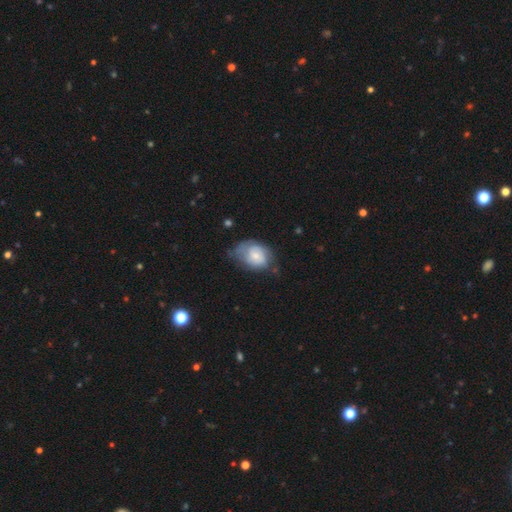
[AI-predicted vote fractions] Overall: smooth (47%; featured or disk 46%). Merging: none (42%; minor disturbance 36%).